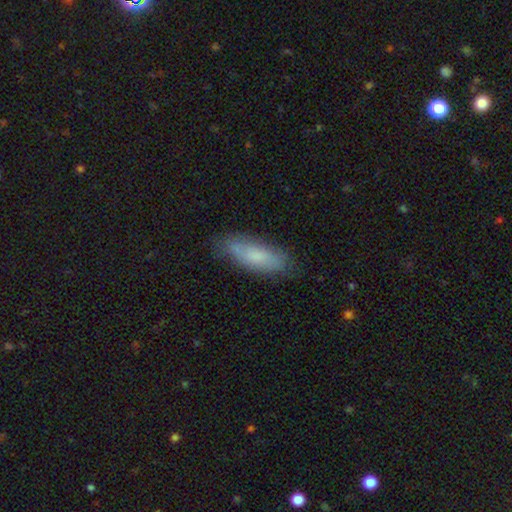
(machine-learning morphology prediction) Smooth or featured?
  - smooth: 74% *
  - featured or disk: 19%
  - star or artifact: 6%
How rounded?
  - in between: 65% *
  - cigar-shaped: 34%
  - round: 2%
Merging?
  - none: 75% *
  - minor disturbance: 19%
  - major disturbance: 4%
  - merger: 2%